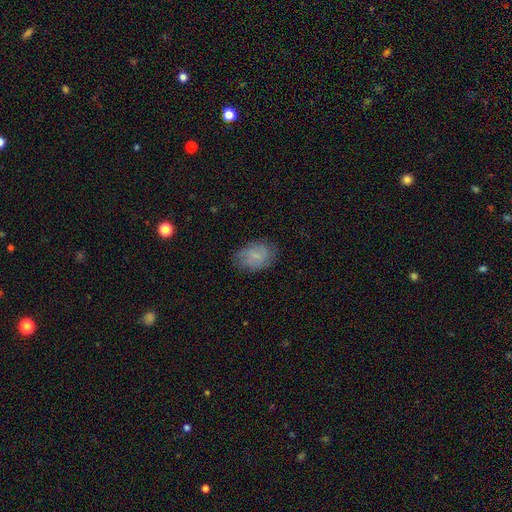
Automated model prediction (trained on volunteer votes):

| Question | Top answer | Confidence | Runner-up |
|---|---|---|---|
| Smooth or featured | smooth | 56% | featured or disk (35%) |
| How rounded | in between | 79% | round (19%) |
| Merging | none | 73% | minor disturbance (20%) |